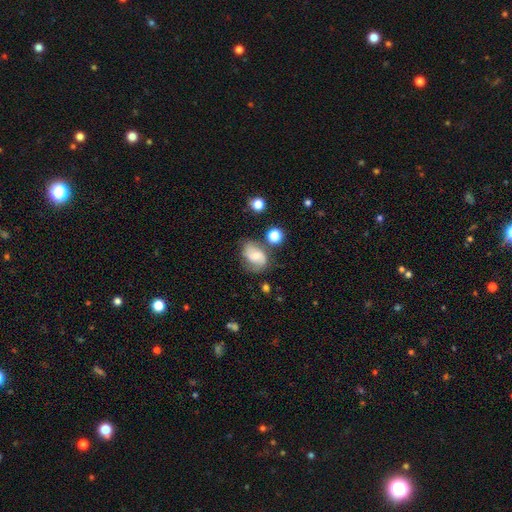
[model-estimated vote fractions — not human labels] Q: Smooth or featured?
A: featured or disk (51%); runner-up: smooth (39%)
Q: Edge-on disk?
A: no (97%); runner-up: yes (3%)
Q: Merging?
A: none (56%); runner-up: minor disturbance (24%)